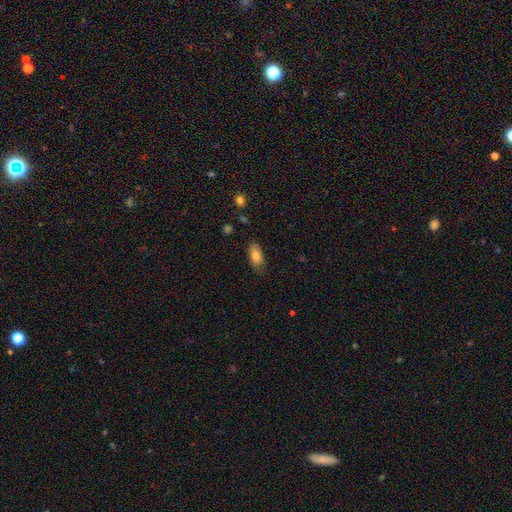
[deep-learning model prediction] This is likely a smooth galaxy (79%). How rounded: clearly in between (88%). Merging: likely none (75%).